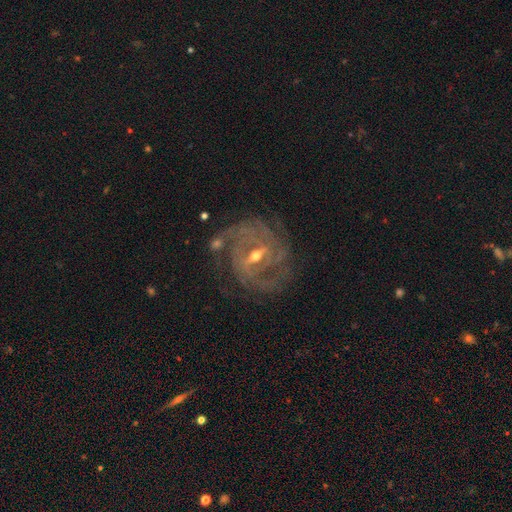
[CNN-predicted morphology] featured or disk 91%, star or artifact 5%, smooth 4%. Down the decision tree: edge-on disk — no (96%); bar — strong (51%); spiral arms — yes (96%); spiral arm count — 3 (26%); spiral winding — tight (59%); bulge size — moderate (52%); merging — none (70%).